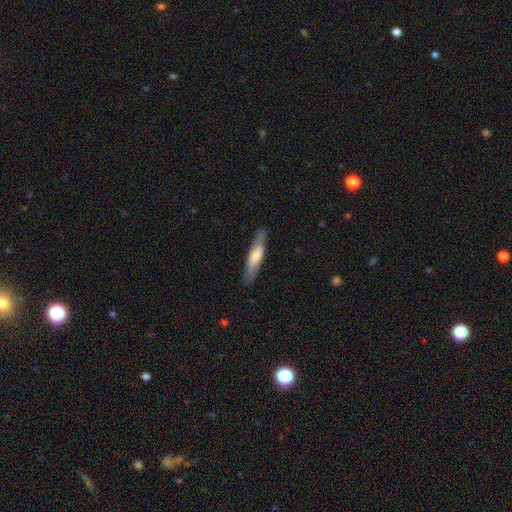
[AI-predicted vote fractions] Smooth or featured? smooth (57%)
How rounded? cigar-shaped (72%)
Merging? none (82%)